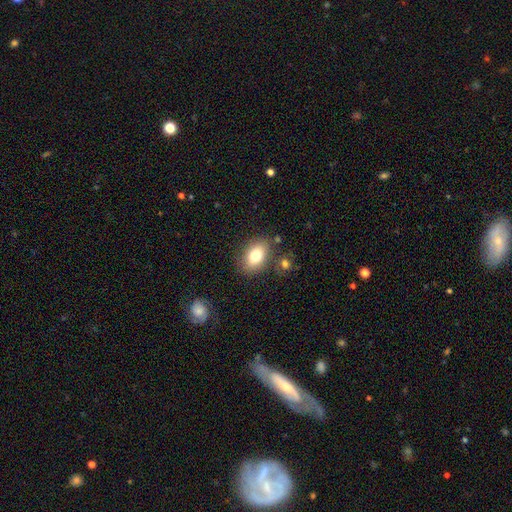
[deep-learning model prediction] Smooth or featured?
  - smooth: 79% *
  - featured or disk: 12%
  - star or artifact: 8%
How rounded?
  - in between: 85% *
  - round: 14%
  - cigar-shaped: 2%
Merging?
  - none: 79% *
  - minor disturbance: 13%
  - merger: 5%
  - major disturbance: 4%